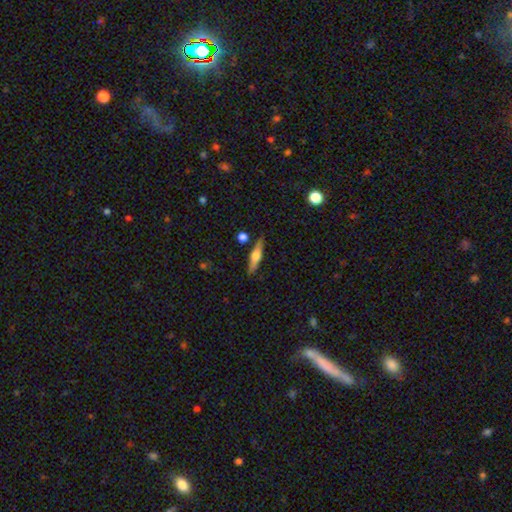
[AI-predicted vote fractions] Smooth or featured?
  - featured or disk: 53% *
  - smooth: 41%
  - star or artifact: 7%
Edge-on disk?
  - yes: 94% *
  - no: 6%
Merging?
  - none: 83% *
  - minor disturbance: 11%
  - merger: 4%
  - major disturbance: 2%